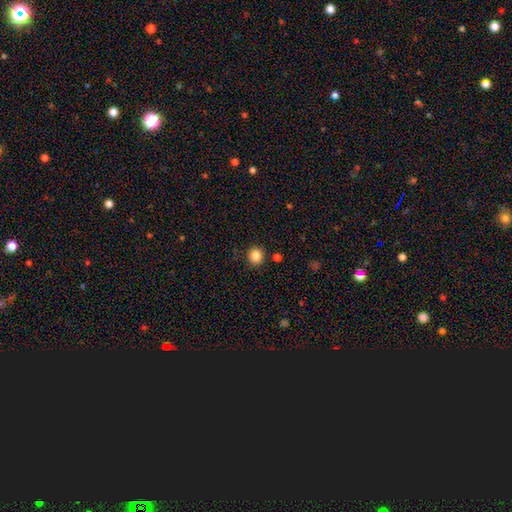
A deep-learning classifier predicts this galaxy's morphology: Q: Smooth or featured?
A: smooth (85%); runner-up: star or artifact (11%)
Q: How rounded?
A: round (90%); runner-up: in between (10%)
Q: Merging?
A: none (90%); runner-up: minor disturbance (6%)